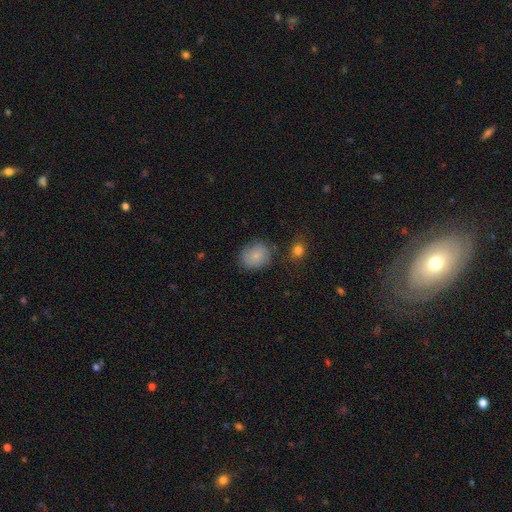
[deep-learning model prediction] This appears to be a smooth galaxy with no disk features (79%) that is round (67%). Merging: none (73%).